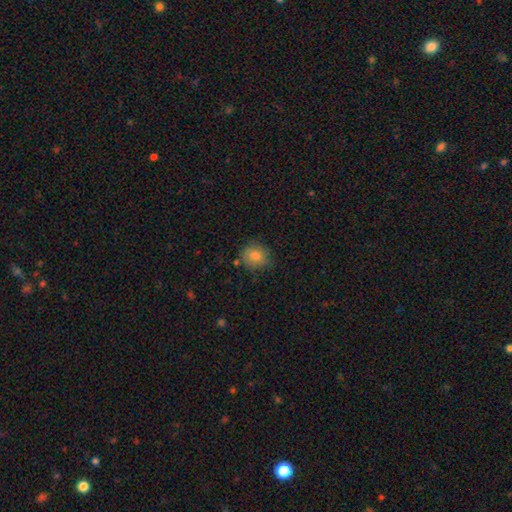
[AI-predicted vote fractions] smooth-or-featured: smooth: 80% | featured or disk: 10% | star or artifact: 10%
  how-rounded: round: 76% | in between: 23% | cigar-shaped: 1%
  merging: none: 76% | minor disturbance: 18% | major disturbance: 4% | merger: 2%